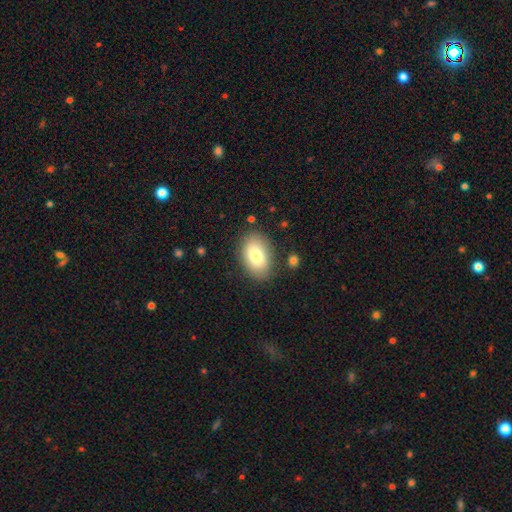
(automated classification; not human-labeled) Smooth or featured?
  - smooth: 78% *
  - featured or disk: 14%
  - star or artifact: 8%
How rounded?
  - in between: 88% *
  - round: 11%
  - cigar-shaped: 1%
Merging?
  - none: 82% *
  - minor disturbance: 12%
  - major disturbance: 4%
  - merger: 2%